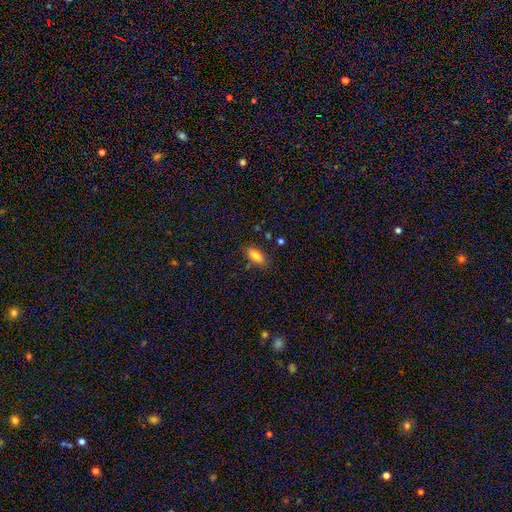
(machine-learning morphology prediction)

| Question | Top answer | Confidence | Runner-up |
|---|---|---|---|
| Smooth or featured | smooth | 82% | featured or disk (10%) |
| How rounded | in between | 80% | cigar-shaped (17%) |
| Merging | none | 80% | minor disturbance (14%) |